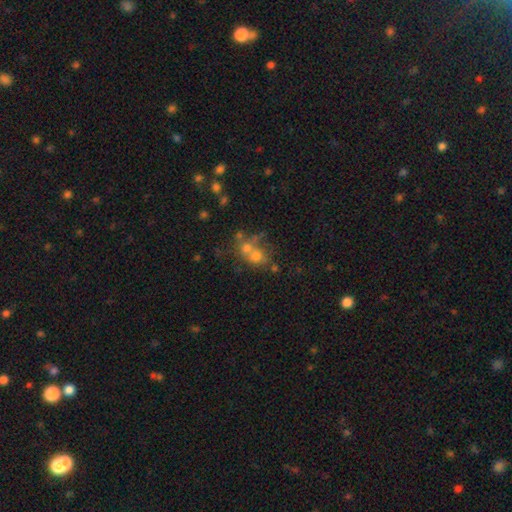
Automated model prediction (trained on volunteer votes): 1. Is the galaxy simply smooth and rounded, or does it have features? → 59% smooth, 24% featured or disk, 18% star or artifact.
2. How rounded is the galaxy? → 69% round, 30% in between, 1% cigar-shaped.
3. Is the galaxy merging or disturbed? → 52% merger, 31% none, 9% minor disturbance, 7% major disturbance.